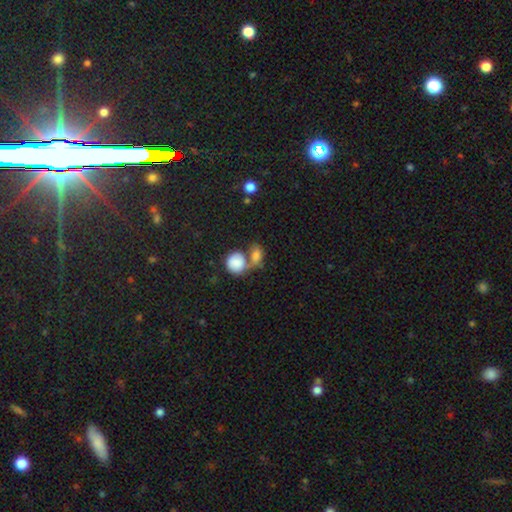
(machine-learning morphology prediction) Smooth or featured? smooth (80%)
How rounded? in between (59%)
Merging? merger (56%)